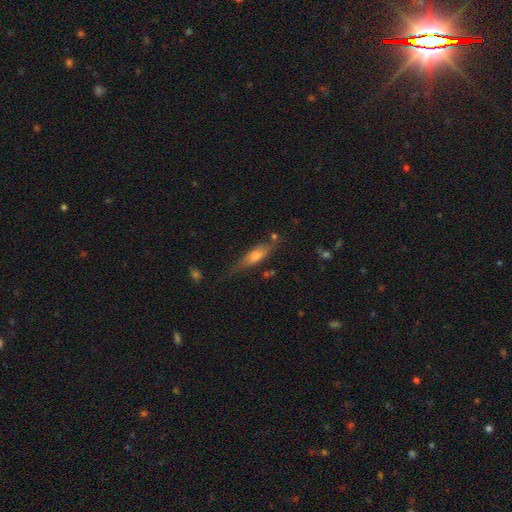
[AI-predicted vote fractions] A smooth galaxy with no disk features (50%) that is cigar-shaped (62%).

Vote fractions:
- Smooth or featured? smooth: 50% / featured or disk: 41% / star or artifact: 9%
- How rounded? cigar-shaped: 62% / in between: 35% / round: 3%
- Merging? none: 64% / minor disturbance: 24% / major disturbance: 8% / merger: 5%